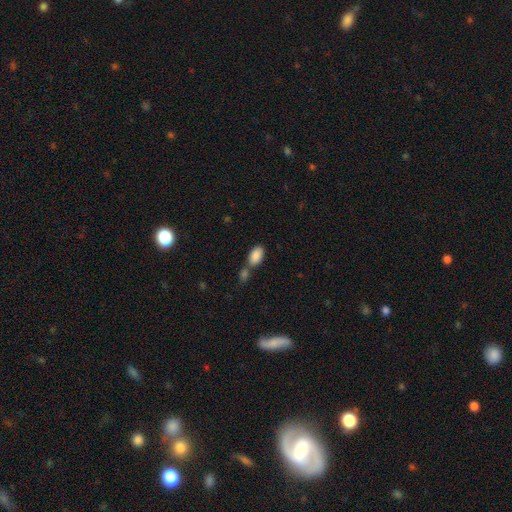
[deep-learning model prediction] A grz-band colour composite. It shows a smooth galaxy with no disk features (88%) that is in between round and cigar-shaped (94%). Merging: none (48%).